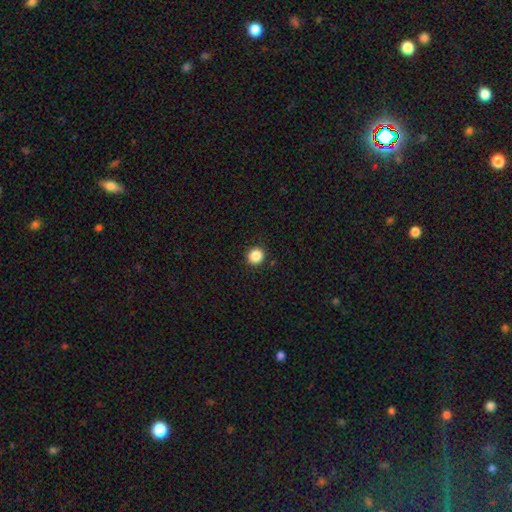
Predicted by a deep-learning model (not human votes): Smooth or featured? Predicted: smooth (p=0.87). How rounded? Predicted: round (p=0.92). Merging? Predicted: none (p=0.92).